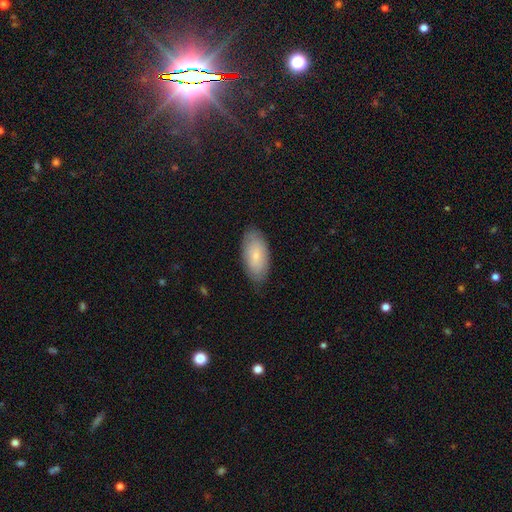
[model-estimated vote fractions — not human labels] This is likely a smooth galaxy (76%). How rounded: clearly in between (93%). Merging: clearly none (81%).